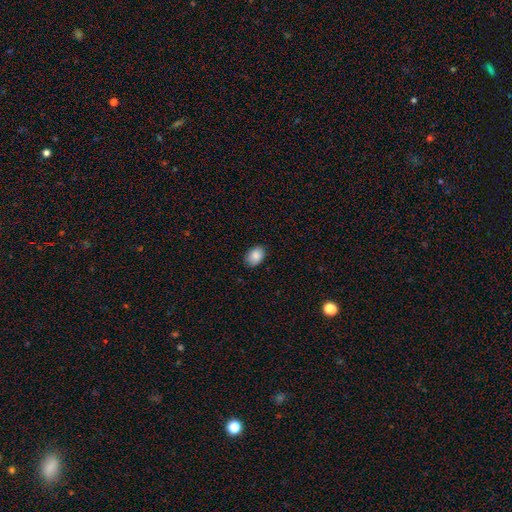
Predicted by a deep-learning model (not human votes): The model was most divided on "how rounded": in between: 76%, round: 23%, cigar-shaped: 1%. More confident: smooth or featured — smooth (88%); merging — none (86%).